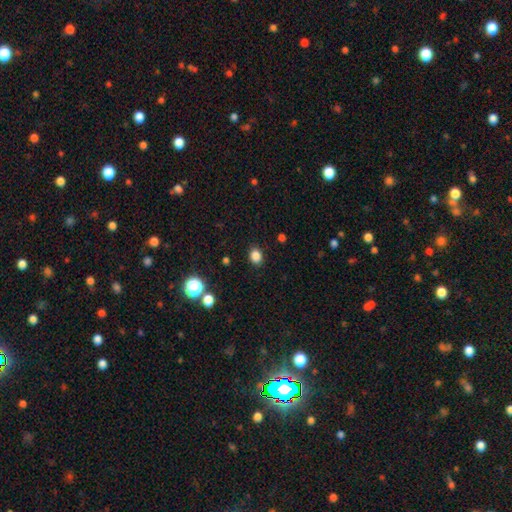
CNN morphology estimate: Smooth or featured: smooth — 84% (star or artifact — 12%)
How rounded: in between — 54% (round — 45%)
Merging: none — 88% (minor disturbance — 8%)